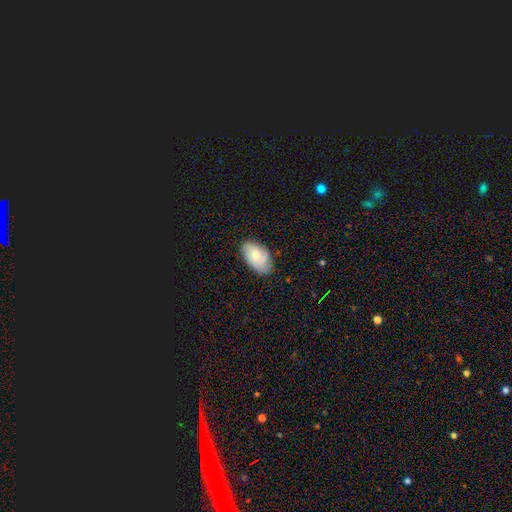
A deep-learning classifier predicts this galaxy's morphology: Smooth or featured: smooth — 53% (featured or disk — 40%)
How rounded: in between — 92% (round — 7%)
Merging: none — 71% (minor disturbance — 23%)